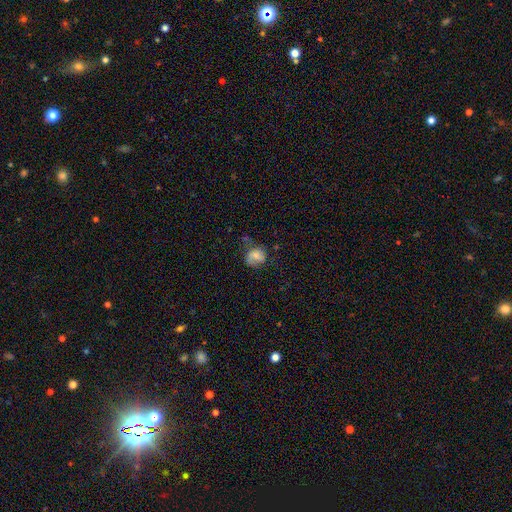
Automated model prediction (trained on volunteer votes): smooth 61%, featured or disk 28%, star or artifact 10%. Down the decision tree: how rounded — round (56%); merging — none (44%).